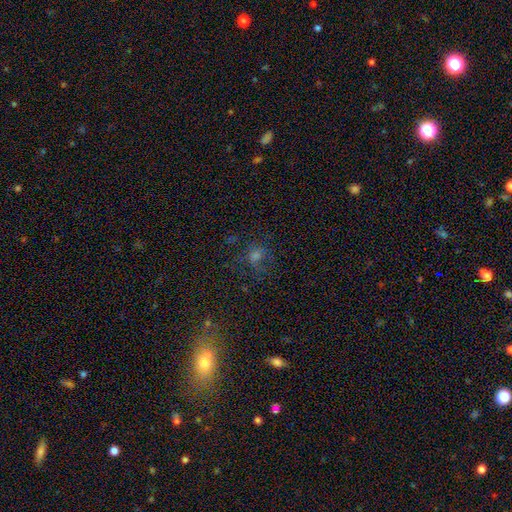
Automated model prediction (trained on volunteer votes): Smooth or featured? Predicted: smooth (p=0.44). Merging? Predicted: none (p=0.63).